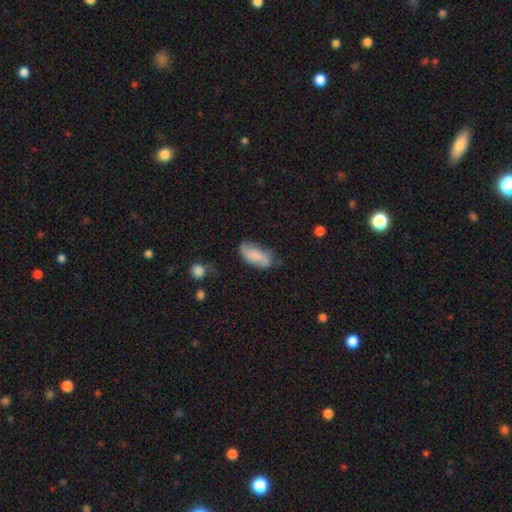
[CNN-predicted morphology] Smooth or featured?
  - smooth: 75% *
  - featured or disk: 17%
  - star or artifact: 8%
How rounded?
  - in between: 88% *
  - cigar-shaped: 10%
  - round: 3%
Merging?
  - none: 58% *
  - minor disturbance: 29%
  - major disturbance: 9%
  - merger: 4%